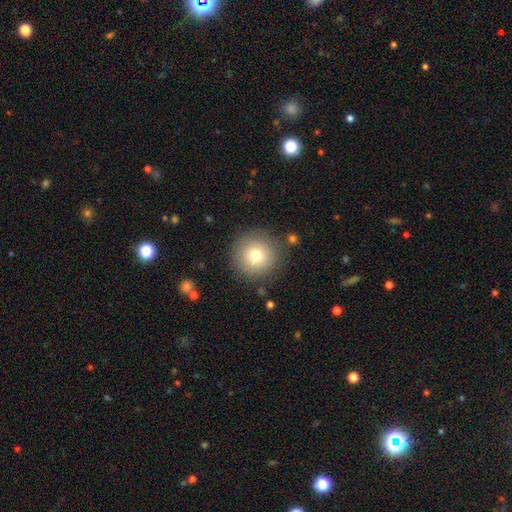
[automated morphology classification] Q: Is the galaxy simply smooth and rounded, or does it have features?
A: smooth — 77%.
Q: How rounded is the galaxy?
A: round — 96%.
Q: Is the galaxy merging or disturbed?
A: none — 86%.